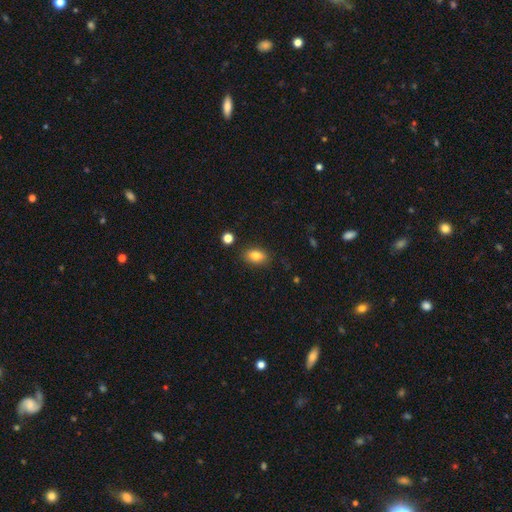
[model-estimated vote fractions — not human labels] smooth-or-featured: smooth: 82% | featured or disk: 9% | star or artifact: 9%
  how-rounded: in between: 85% | round: 12% | cigar-shaped: 3%
  merging: none: 85% | minor disturbance: 10% | major disturbance: 3% | merger: 2%